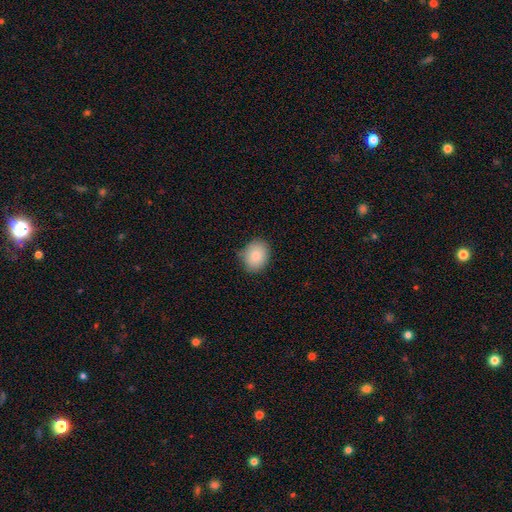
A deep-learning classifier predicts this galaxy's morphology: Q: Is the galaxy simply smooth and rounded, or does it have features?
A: smooth — 87%.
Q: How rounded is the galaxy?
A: in between — 50%.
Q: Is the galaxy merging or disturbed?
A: none — 79%.